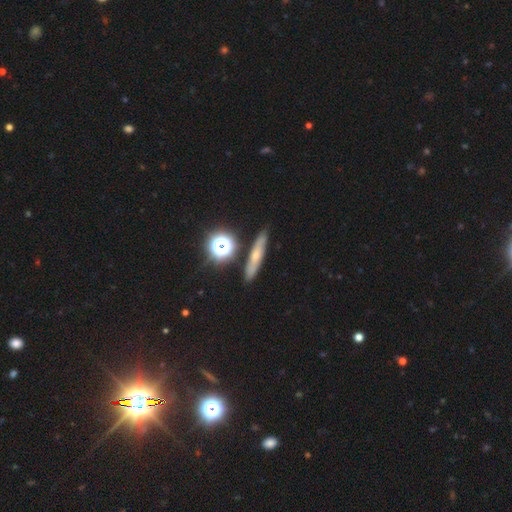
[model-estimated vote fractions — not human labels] The model was most divided on "smooth or featured": smooth: 45%, featured or disk: 34%, star or artifact: 21%. More confident: merging — none (85%).